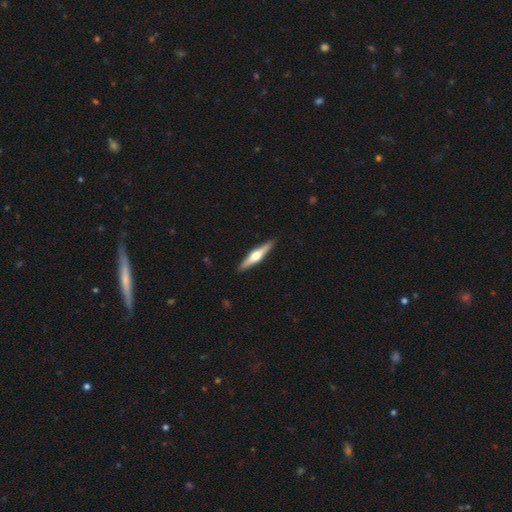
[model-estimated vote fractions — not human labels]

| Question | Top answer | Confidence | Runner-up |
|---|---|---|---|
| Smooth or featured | featured or disk | 66% | smooth (29%) |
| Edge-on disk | yes | 97% | no (3%) |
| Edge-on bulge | rounded | 93% | boxy (4%) |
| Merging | none | 91% | minor disturbance (7%) |